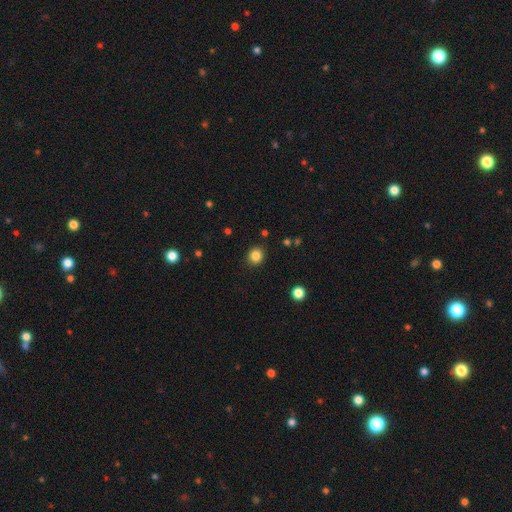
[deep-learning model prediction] The model was most divided on "how rounded": round: 83%, in between: 16%, cigar-shaped: 1%. More confident: merging — none (90%); smooth or featured — smooth (84%).